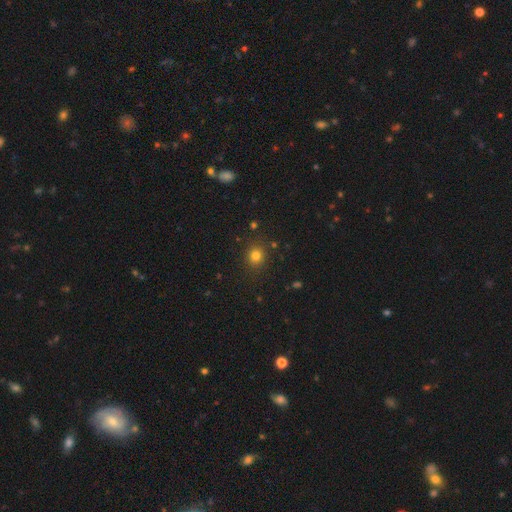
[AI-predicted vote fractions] Smooth or featured?
  - smooth: 79% *
  - star or artifact: 16%
  - featured or disk: 6%
How rounded?
  - round: 85% *
  - in between: 14%
  - cigar-shaped: 1%
Merging?
  - none: 87% *
  - minor disturbance: 8%
  - major disturbance: 3%
  - merger: 2%